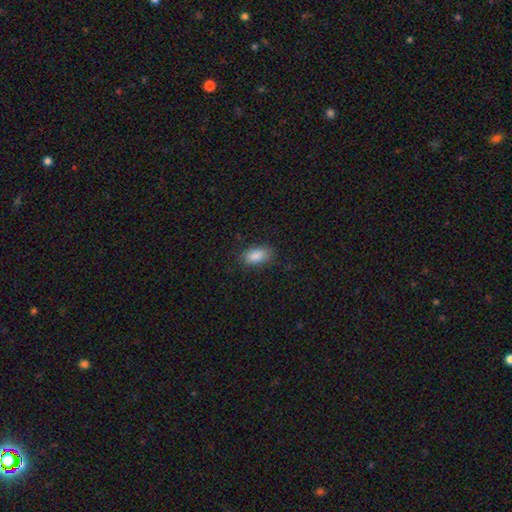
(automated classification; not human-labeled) This appears to be a smooth galaxy with no disk features (88%) that is in between round and cigar-shaped (92%). Merging: none (83%).